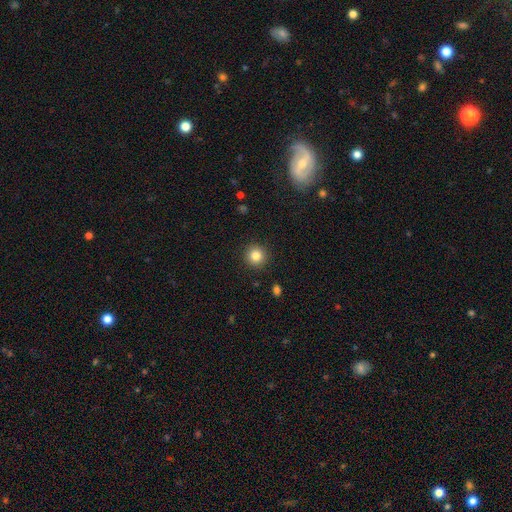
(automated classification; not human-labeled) A smooth galaxy with no disk features (84%) that is round (94%).

Vote fractions:
- Smooth or featured? smooth: 84% / star or artifact: 10% / featured or disk: 6%
- How rounded? round: 94% / in between: 5% / cigar-shaped: 1%
- Merging? none: 92% / minor disturbance: 5% / major disturbance: 2% / merger: 1%